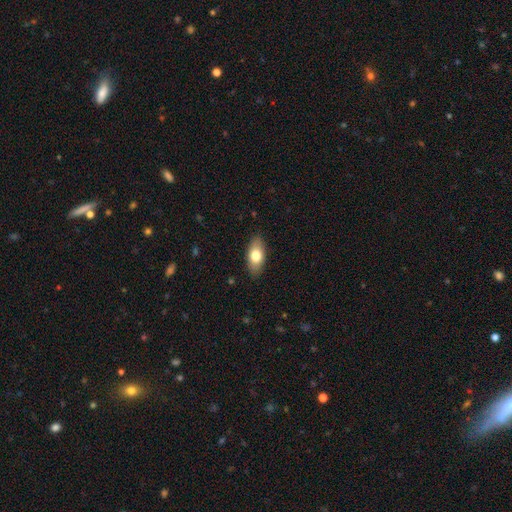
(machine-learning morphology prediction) smooth-or-featured: smooth: 75% | featured or disk: 19% | star or artifact: 6%
  how-rounded: in between: 89% | cigar-shaped: 7% | round: 4%
  merging: none: 86% | minor disturbance: 10% | major disturbance: 2% | merger: 1%